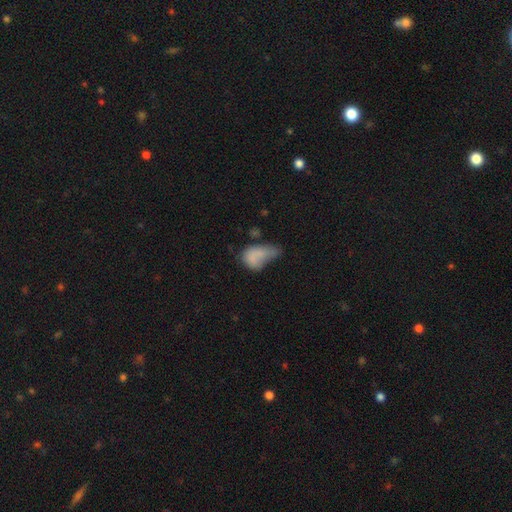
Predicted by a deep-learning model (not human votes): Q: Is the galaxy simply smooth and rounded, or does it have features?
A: smooth — 73%.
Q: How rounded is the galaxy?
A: in between — 83%.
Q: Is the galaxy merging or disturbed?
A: major disturbance — 45%.